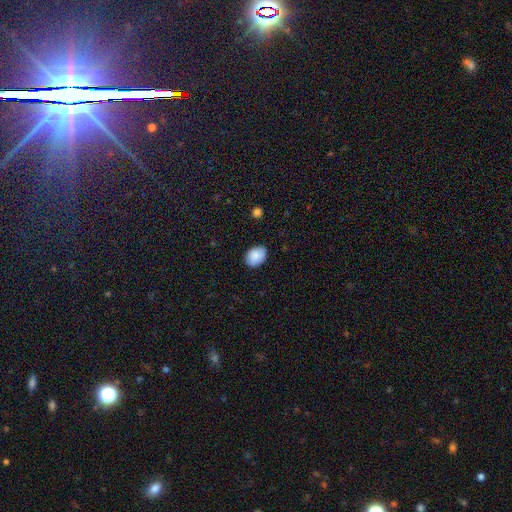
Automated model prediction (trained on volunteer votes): The model was most divided on "how rounded": in between: 70%, round: 29%, cigar-shaped: 1%. More confident: smooth or featured — smooth (87%); merging — none (83%).